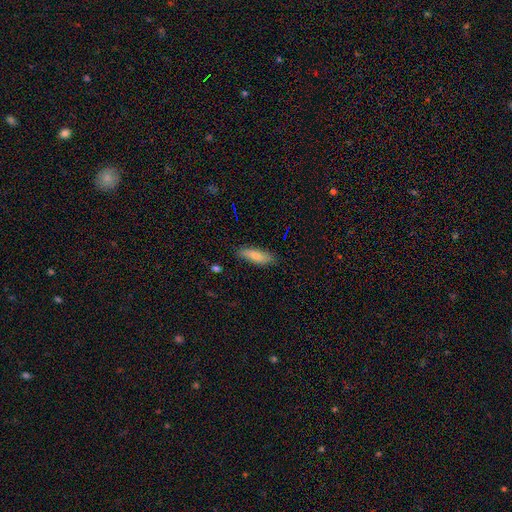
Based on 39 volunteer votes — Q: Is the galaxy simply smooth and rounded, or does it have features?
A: smooth — 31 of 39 (79%).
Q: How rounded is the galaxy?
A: in between — 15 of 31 (48%, tied with cigar-shaped).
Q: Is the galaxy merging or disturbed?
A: none — 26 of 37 (70%).